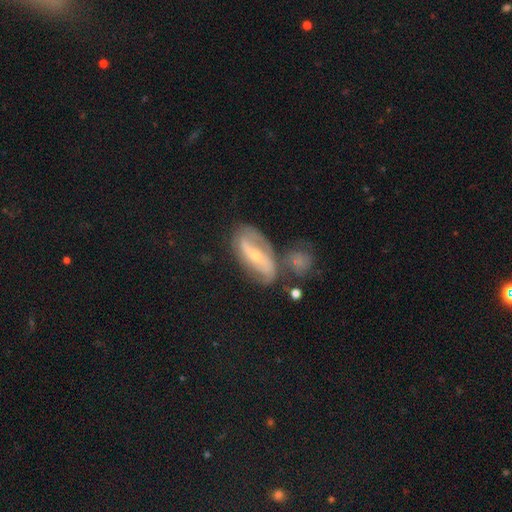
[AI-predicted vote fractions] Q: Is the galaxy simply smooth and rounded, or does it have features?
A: featured or disk — 79%.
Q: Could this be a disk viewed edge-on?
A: no — 91%.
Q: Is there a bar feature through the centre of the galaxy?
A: strong — 47%.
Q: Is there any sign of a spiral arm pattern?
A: yes — 87%.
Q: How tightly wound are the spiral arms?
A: medium — 38%.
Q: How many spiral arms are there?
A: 2 — 82%.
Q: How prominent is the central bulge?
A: small — 62%.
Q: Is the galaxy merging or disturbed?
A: none — 59%.